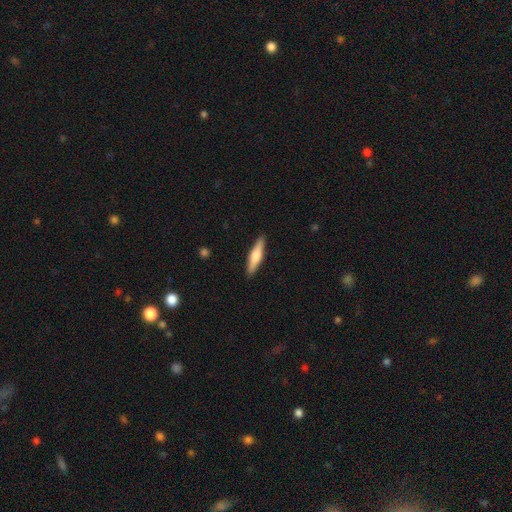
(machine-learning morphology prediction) Overall: smooth (55%; featured or disk 39%). How rounded: cigar-shaped (80%). Merging: none (90%).